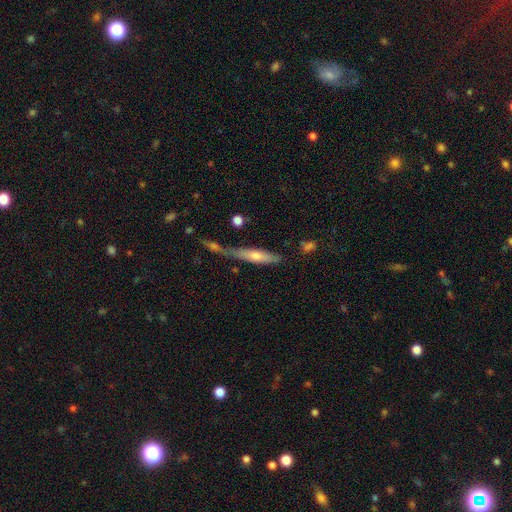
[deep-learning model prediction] smooth 52%, featured or disk 41%, star or artifact 7%. Down the decision tree: how rounded — cigar-shaped (83%); merging — none (49%).